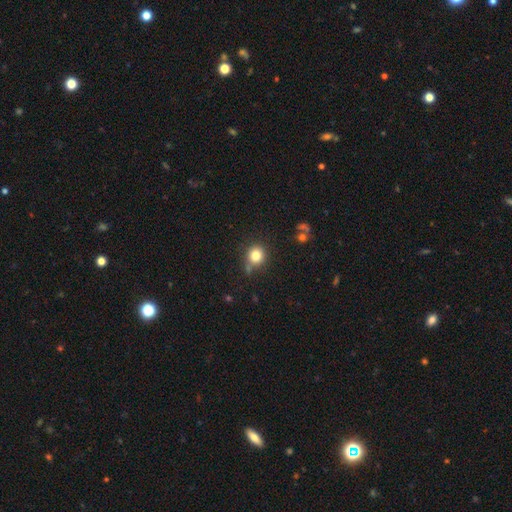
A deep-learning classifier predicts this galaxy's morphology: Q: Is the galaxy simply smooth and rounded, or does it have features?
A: smooth — 81%.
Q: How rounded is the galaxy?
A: round — 87%.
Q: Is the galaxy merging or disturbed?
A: none — 76%.